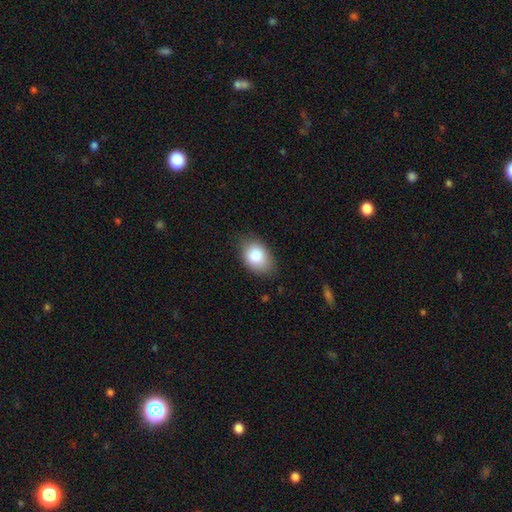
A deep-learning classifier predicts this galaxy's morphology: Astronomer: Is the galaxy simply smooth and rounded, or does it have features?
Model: smooth — 85%.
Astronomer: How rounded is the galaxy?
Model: in between — 85%.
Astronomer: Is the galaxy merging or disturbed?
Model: none — 77%.